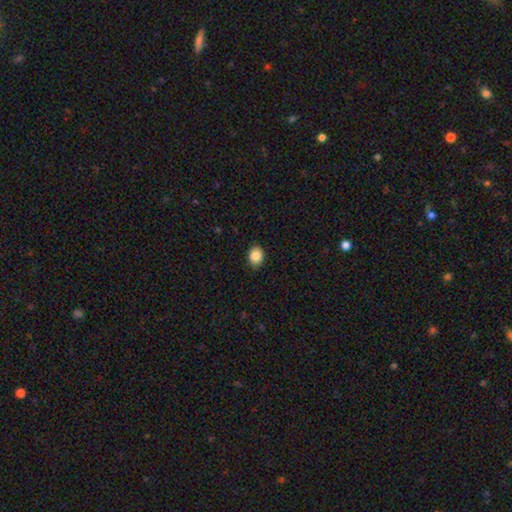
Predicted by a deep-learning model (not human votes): Smooth or featured? Predicted: smooth (p=0.86). How rounded? Predicted: in between (p=0.60). Merging? Predicted: none (p=0.87).